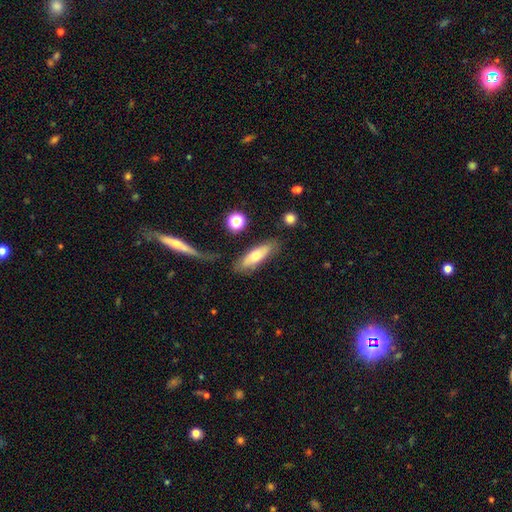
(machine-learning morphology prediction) type=smooth (58%); roundness=in between (50%); merging=none (73%).